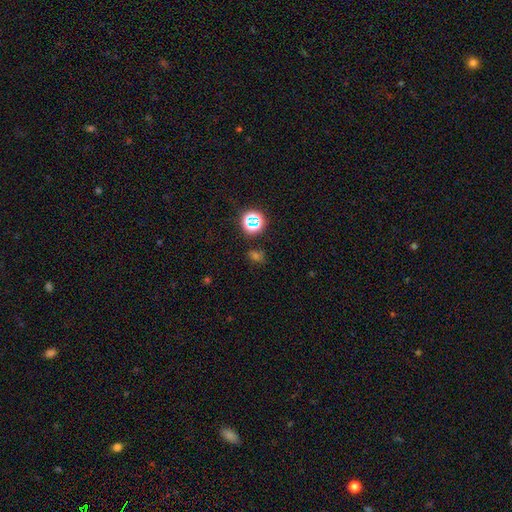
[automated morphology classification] Q: Smooth or featured?
A: star or artifact (51%); runner-up: smooth (42%)